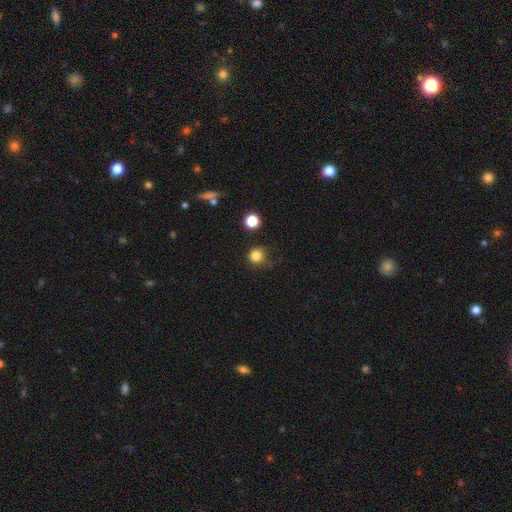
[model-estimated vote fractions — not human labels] This is clearly a smooth galaxy (82%). How rounded: clearly round (92%). Merging: likely none (73%).